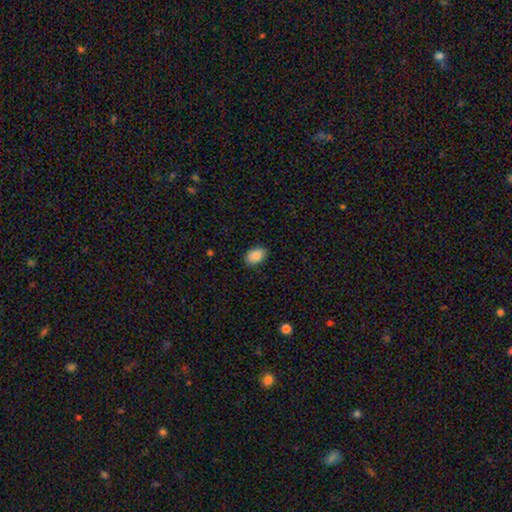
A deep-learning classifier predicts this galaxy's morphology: Smooth or featured? smooth (88%)
How rounded? in between (88%)
Merging? none (85%)